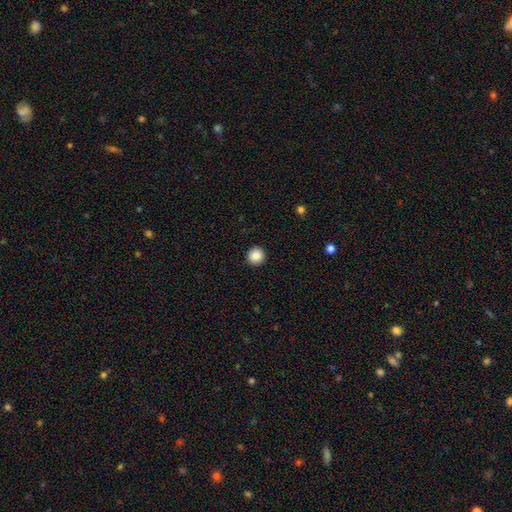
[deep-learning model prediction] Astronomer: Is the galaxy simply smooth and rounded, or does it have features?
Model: smooth — 88%.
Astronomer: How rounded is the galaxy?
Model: round — 95%.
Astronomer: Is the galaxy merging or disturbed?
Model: none — 93%.